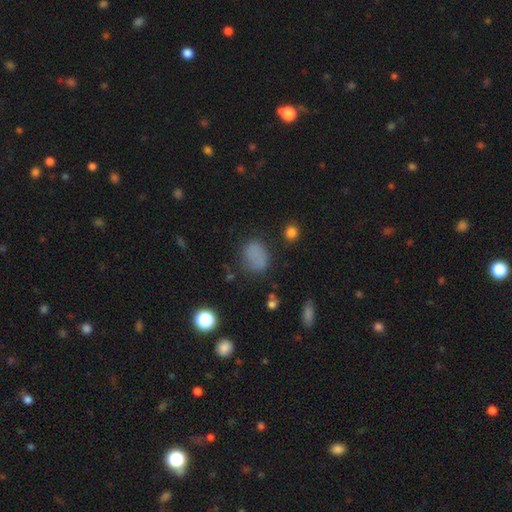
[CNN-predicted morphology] smooth-or-featured: smooth: 75% | star or artifact: 18% | featured or disk: 8%
  how-rounded: in between: 57% | round: 42% | cigar-shaped: 2%
  merging: none: 69% | minor disturbance: 20% | major disturbance: 9% | merger: 3%